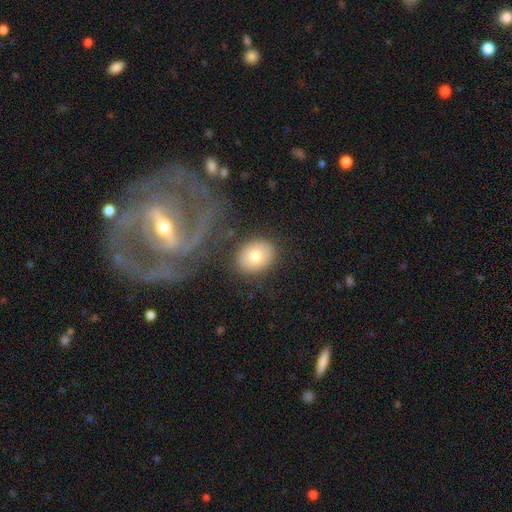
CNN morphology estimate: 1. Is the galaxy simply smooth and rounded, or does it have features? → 71% smooth, 21% featured or disk, 8% star or artifact.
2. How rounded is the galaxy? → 52% round, 47% in between, 1% cigar-shaped.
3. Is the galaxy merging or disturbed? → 79% none, 11% minor disturbance, 6% merger, 5% major disturbance.